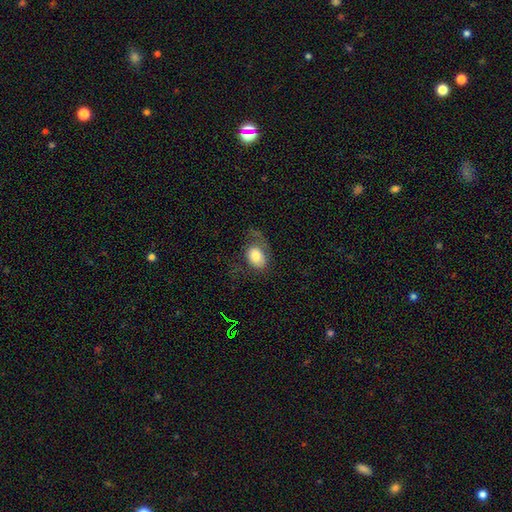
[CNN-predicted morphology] A smooth galaxy with no disk features (74%) that is in between round and cigar-shaped (79%).

Vote fractions:
- Smooth or featured? smooth: 74% / featured or disk: 19% / star or artifact: 8%
- How rounded? in between: 79% / round: 20% / cigar-shaped: 1%
- Merging? none: 42% / major disturbance: 32% / minor disturbance: 24% / merger: 2%